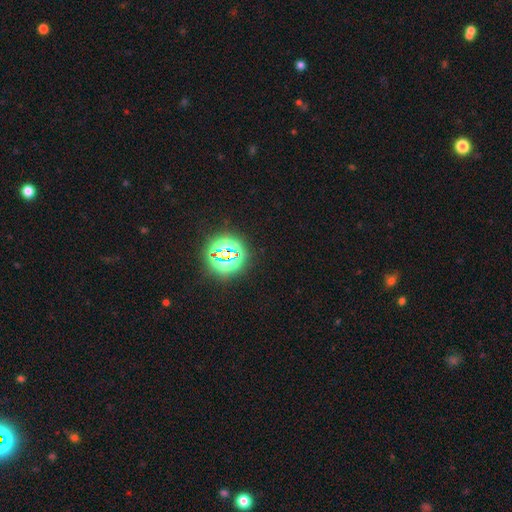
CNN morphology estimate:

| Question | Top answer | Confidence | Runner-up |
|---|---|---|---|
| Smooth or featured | star or artifact | 82% | smooth (12%) |